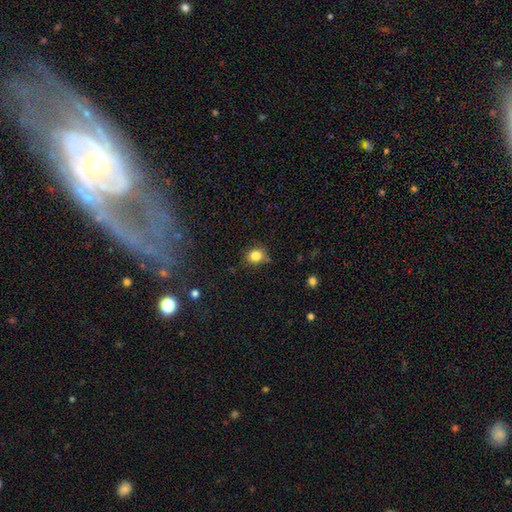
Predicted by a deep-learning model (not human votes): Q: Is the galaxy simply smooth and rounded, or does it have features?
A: smooth — 82%.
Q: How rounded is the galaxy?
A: round — 74%.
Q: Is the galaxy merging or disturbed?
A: none — 72%.